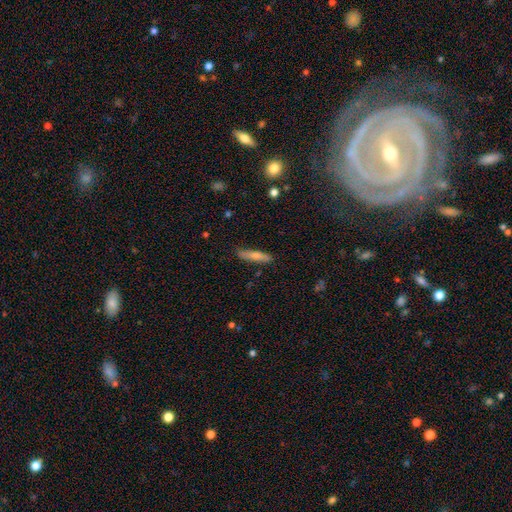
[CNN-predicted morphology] type=smooth (73%); roundness=cigar-shaped (84%); merging=none (85%).